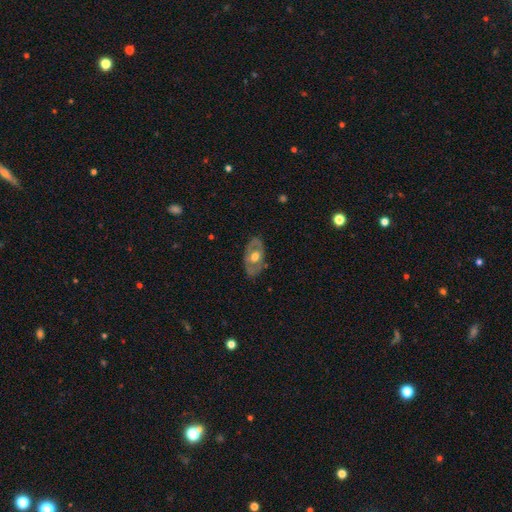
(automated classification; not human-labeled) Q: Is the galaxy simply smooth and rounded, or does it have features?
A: featured or disk — 59%.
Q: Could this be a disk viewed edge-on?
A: no — 88%.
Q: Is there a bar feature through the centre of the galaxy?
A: no — 81%.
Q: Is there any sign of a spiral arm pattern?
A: no — 77%.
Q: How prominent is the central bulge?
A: moderate — 71%.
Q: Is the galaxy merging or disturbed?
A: none — 79%.